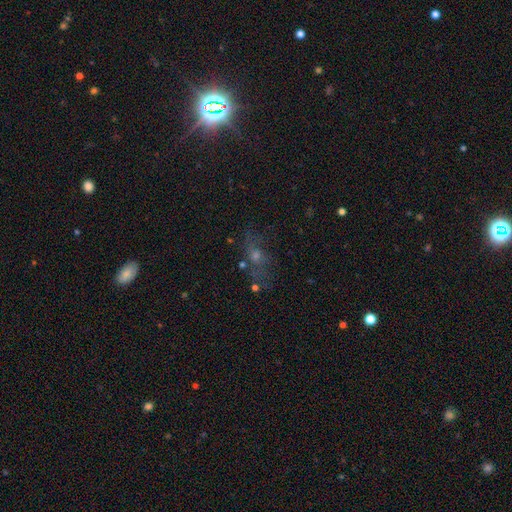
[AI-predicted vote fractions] smooth-or-featured: star or artifact: 36% | featured or disk: 32% | smooth: 32%